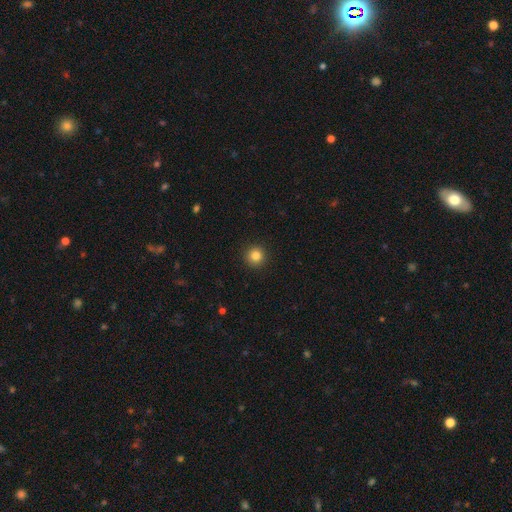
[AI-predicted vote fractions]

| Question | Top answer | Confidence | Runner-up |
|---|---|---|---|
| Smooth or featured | smooth | 84% | star or artifact (11%) |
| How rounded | round | 95% | in between (4%) |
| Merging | none | 93% | minor disturbance (5%) |